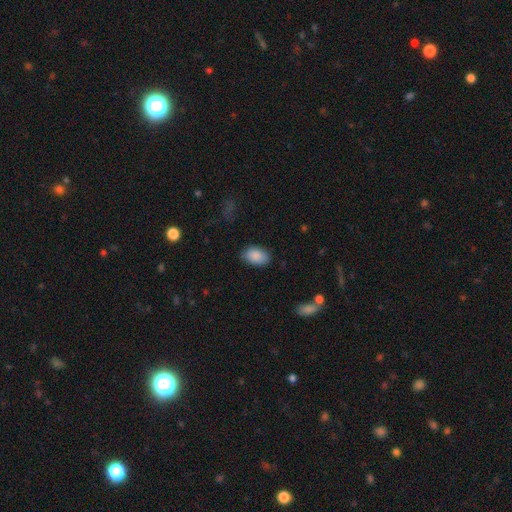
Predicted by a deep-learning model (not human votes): smooth_or_featured: smooth (p=0.89) [alt: star or artifact p=0.07]
how_rounded: in between (p=0.91) [alt: round p=0.07]
merging: none (p=0.83) [alt: minor disturbance p=0.13]